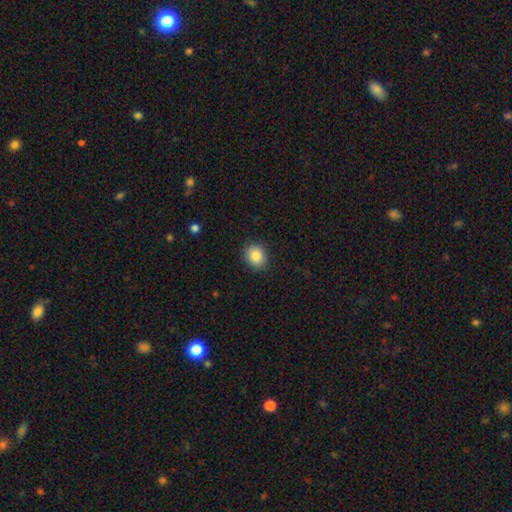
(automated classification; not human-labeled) Smooth or featured?
  - smooth: 85% *
  - star or artifact: 9%
  - featured or disk: 5%
How rounded?
  - round: 75% *
  - in between: 24%
  - cigar-shaped: 1%
Merging?
  - none: 90% *
  - minor disturbance: 7%
  - major disturbance: 2%
  - merger: 1%